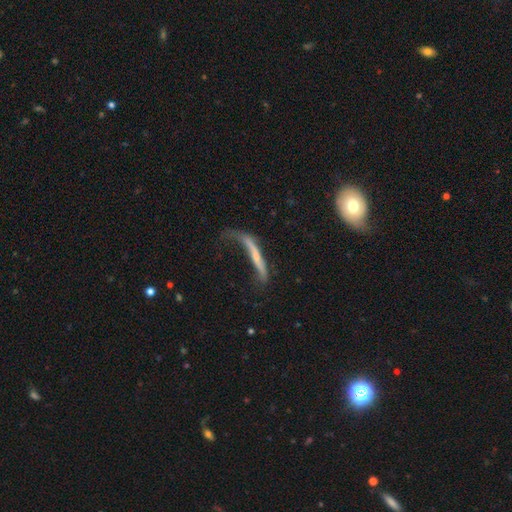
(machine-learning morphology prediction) Smooth or featured?
  - featured or disk: 48% *
  - smooth: 43%
  - star or artifact: 9%
Merging?
  - major disturbance: 44% *
  - none: 29%
  - minor disturbance: 20%
  - merger: 7%